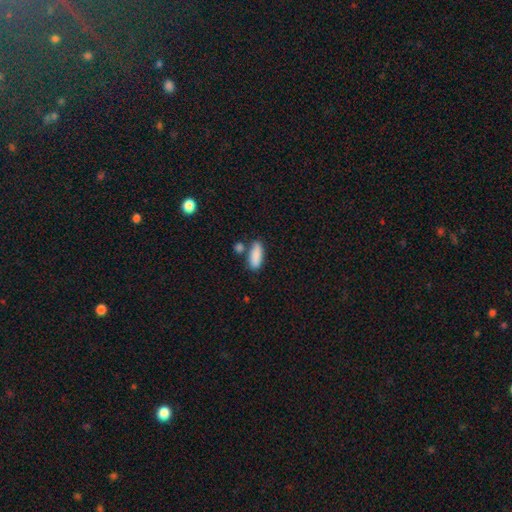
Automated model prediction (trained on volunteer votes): smooth-or-featured: smooth: 88% | star or artifact: 6% | featured or disk: 6%
  how-rounded: in between: 69% | cigar-shaped: 28% | round: 3%
  merging: none: 68% | minor disturbance: 15% | merger: 13% | major disturbance: 4%